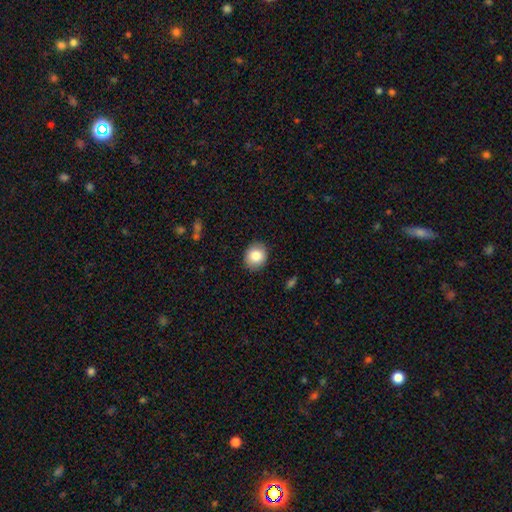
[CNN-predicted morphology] Smooth or featured: smooth — 85% (star or artifact — 8%)
How rounded: round — 73% (in between — 26%)
Merging: none — 89% (minor disturbance — 8%)